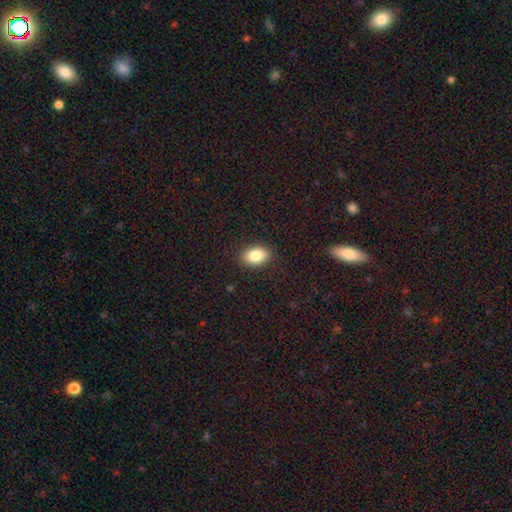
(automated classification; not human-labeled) smooth_or_featured: smooth (p=0.85) [alt: star or artifact p=0.08]
how_rounded: in between (p=0.87) [alt: round p=0.11]
merging: none (p=0.89) [alt: minor disturbance p=0.08]